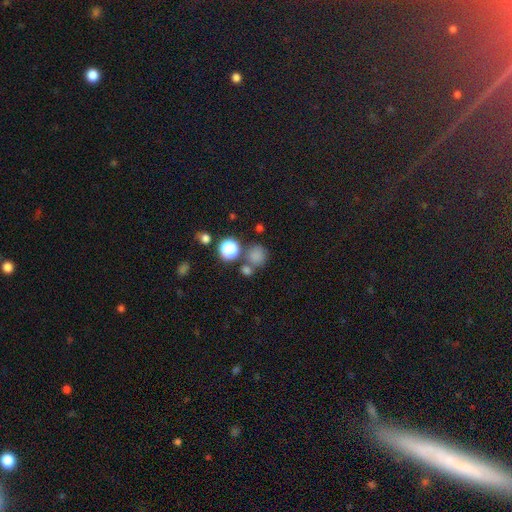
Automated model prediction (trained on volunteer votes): Morphology: type=smooth (74%); roundness=round (85%); merging=none (61%).